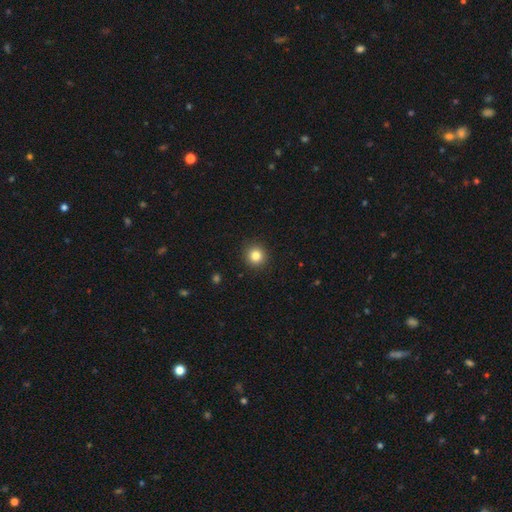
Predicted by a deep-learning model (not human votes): A smooth galaxy with no disk features (83%) that is round (94%).

Vote fractions:
- Smooth or featured? smooth: 83% / star or artifact: 11% / featured or disk: 6%
- How rounded? round: 94% / in between: 5% / cigar-shaped: 1%
- Merging? none: 92% / minor disturbance: 5% / major disturbance: 2% / merger: 1%